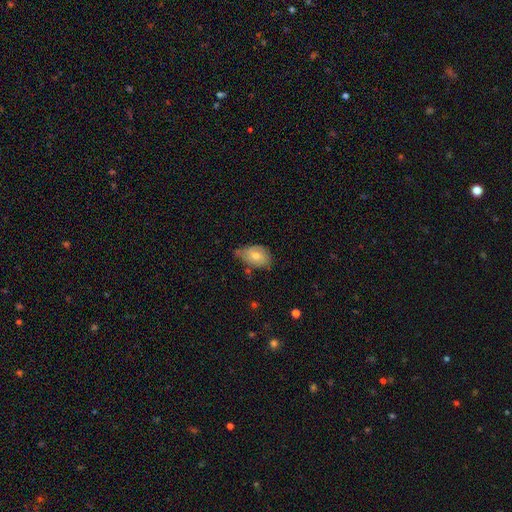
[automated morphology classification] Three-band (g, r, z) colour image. It shows a smooth galaxy with no disk features (64%) that is in between round and cigar-shaped (78%). Merging: none (44%).